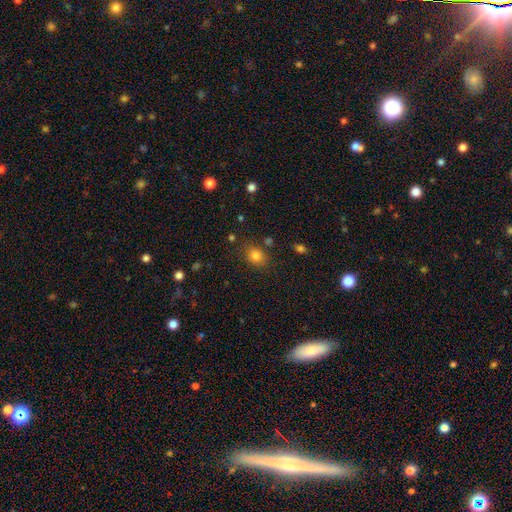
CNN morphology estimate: smooth-or-featured: smooth: 81% | star or artifact: 13% | featured or disk: 6%
  how-rounded: round: 53% | in between: 46% | cigar-shaped: 1%
  merging: none: 78% | minor disturbance: 13% | major disturbance: 4% | merger: 4%